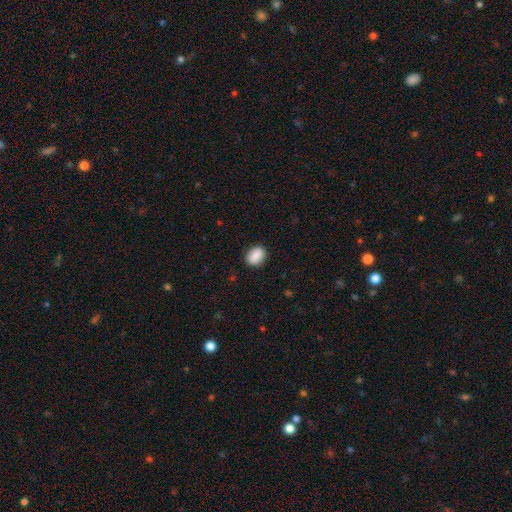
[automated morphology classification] Q: Smooth or featured?
A: smooth (88%); runner-up: star or artifact (7%)
Q: How rounded?
A: in between (72%); runner-up: round (26%)
Q: Merging?
A: none (86%); runner-up: minor disturbance (10%)